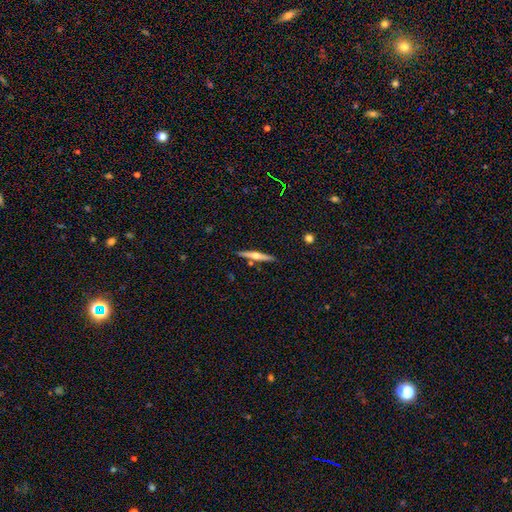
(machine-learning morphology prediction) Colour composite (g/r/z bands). It shows a featured or disk galaxy (63%) viewed edge-on (97%) with a rounded central bulge (90%). Merging: none (87%).